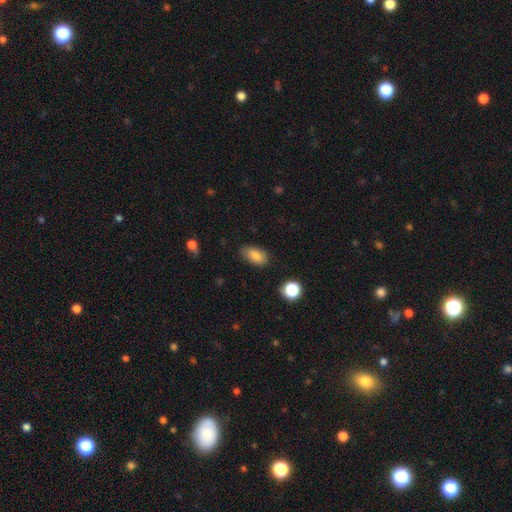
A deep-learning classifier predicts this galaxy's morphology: Smooth or featured: smooth — 83% (star or artifact — 9%)
How rounded: in between — 91% (round — 6%)
Merging: none — 77% (minor disturbance — 18%)